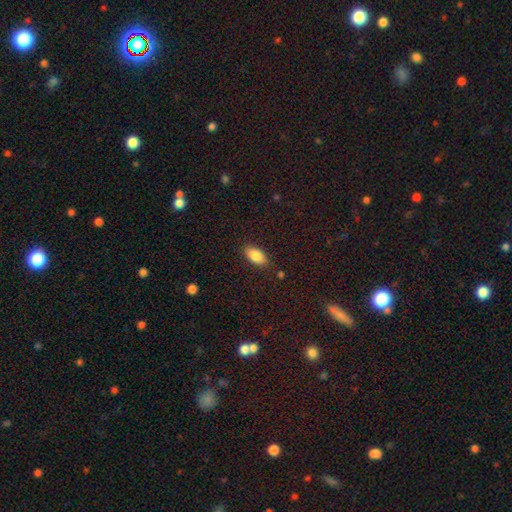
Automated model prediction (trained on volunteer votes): smooth 85%, star or artifact 8%, featured or disk 7%. Down the decision tree: how rounded — in between (92%); merging — none (85%).